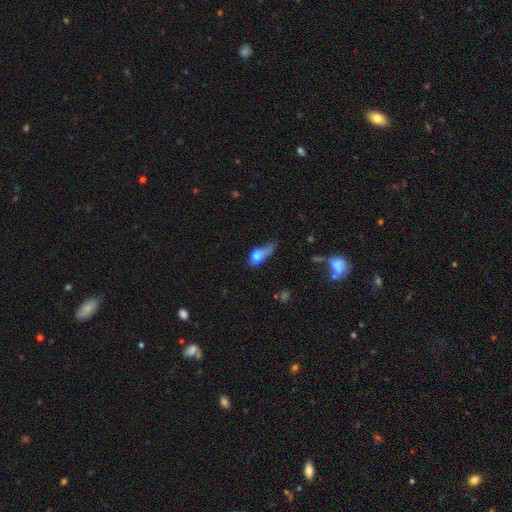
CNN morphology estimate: A smooth galaxy with no disk features (69%) that is in between round and cigar-shaped (59%). Merging: major disturbance (48%).